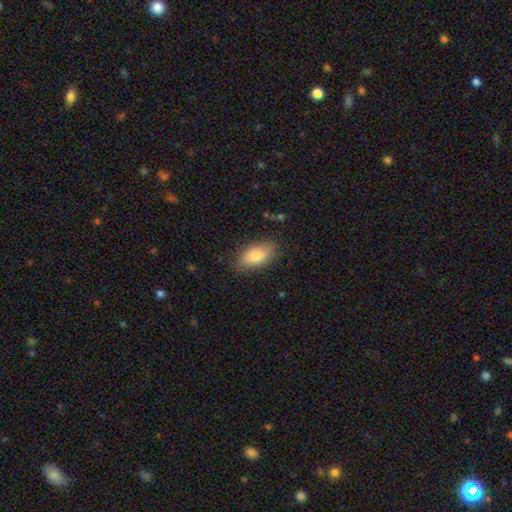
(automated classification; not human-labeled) A smooth galaxy with no disk features (81%) that is in between round and cigar-shaped (89%). Merging: none (80%).